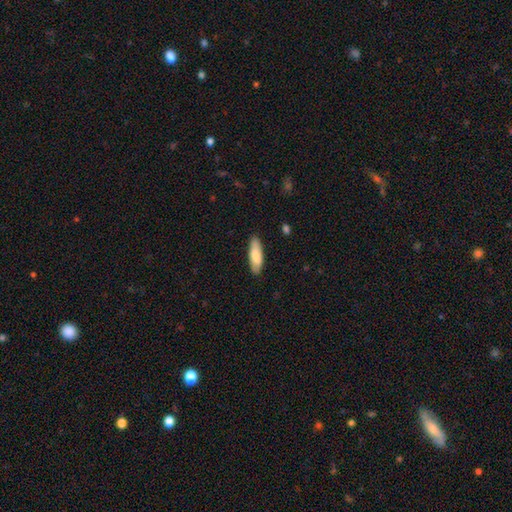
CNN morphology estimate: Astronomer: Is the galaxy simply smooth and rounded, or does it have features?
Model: smooth — 79%.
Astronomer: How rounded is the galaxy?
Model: in between — 52% (runner-up: cigar-shaped, 46%).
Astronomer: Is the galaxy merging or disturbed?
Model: none — 86%.